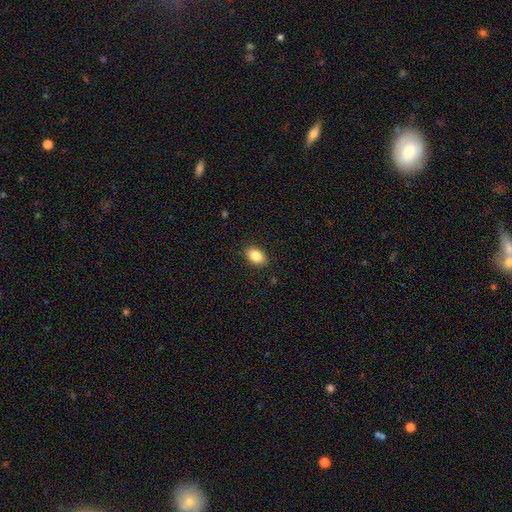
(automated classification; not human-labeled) Smooth or featured? smooth (85%)
How rounded? in between (82%)
Merging? none (89%)